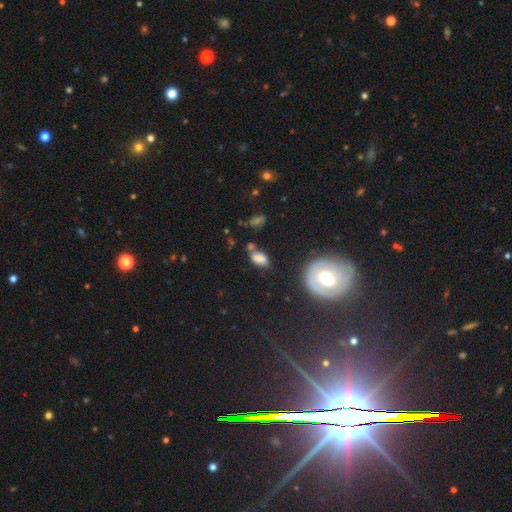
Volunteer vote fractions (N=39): Smooth or featured? smooth (77%)
How rounded? in between (70%)
Merging? none (66%)